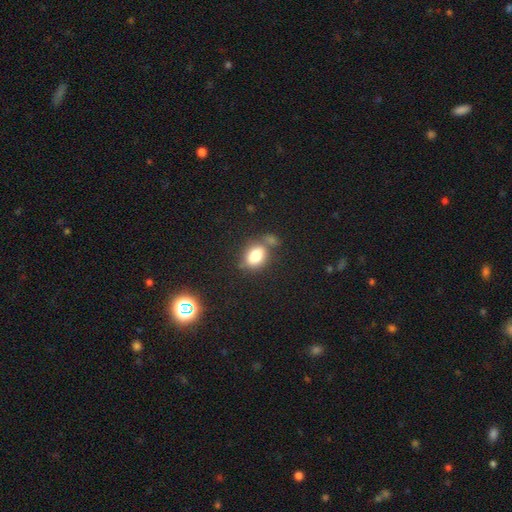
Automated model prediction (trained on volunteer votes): smooth_or_featured: smooth (p=0.79) [alt: featured or disk p=0.11]
how_rounded: in between (p=0.70) [alt: round p=0.28]
merging: none (p=0.55) [alt: merger p=0.23]